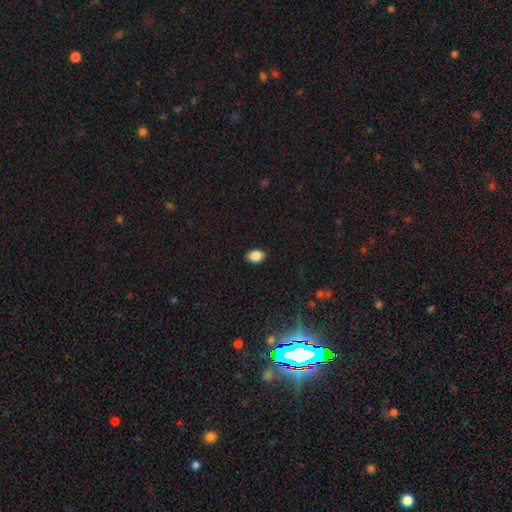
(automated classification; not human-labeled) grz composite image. It shows a smooth galaxy with no disk features (87%) that is in between round and cigar-shaped (81%). Merging: none (88%).